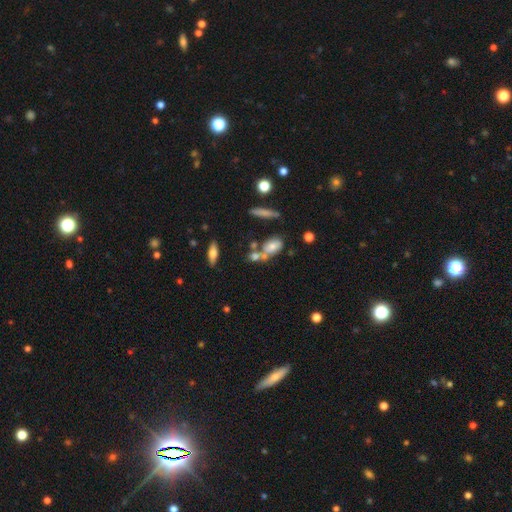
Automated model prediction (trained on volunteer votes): smooth_or_featured: star or artifact (p=0.35) [tied with: featured or disk p=0.35]